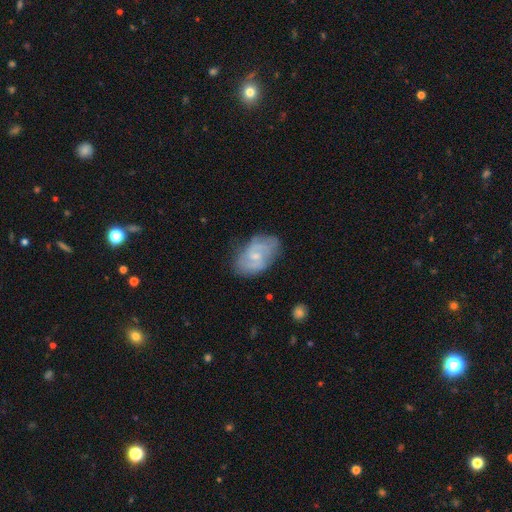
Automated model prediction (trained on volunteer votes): Overall: featured or disk (68%). Edge-on disk: no (97%). Bar: no (47%; weak 45%). Spiral arms: yes (85%). Spiral arm count: 2 (63%; can't tell 23%). Spiral winding: medium (47%; tight 34%). Bulge size: small (65%; moderate 28%). Merging: none (70%).